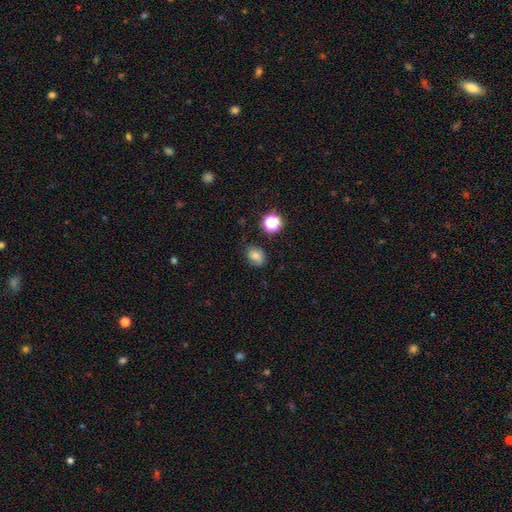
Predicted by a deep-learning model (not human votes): Smooth or featured? Predicted: smooth (p=0.75). How rounded? Predicted: in between (p=0.50). Merging? Predicted: none (p=0.70).